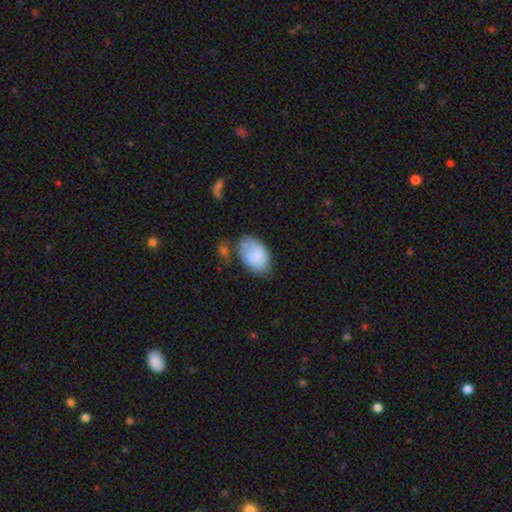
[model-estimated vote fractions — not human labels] The model was most divided on "merging": none: 54%, minor disturbance: 27%, merger: 10%, major disturbance: 10%. More confident: how rounded — in between (91%); smooth or featured — smooth (82%).